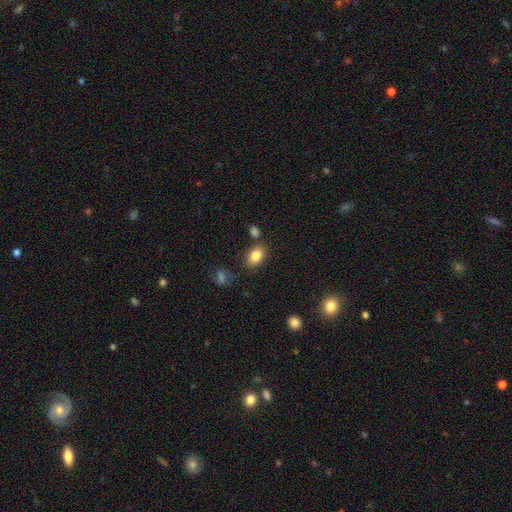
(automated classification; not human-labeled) Smooth or featured? Predicted: smooth (p=0.84). How rounded? Predicted: in between (p=0.82). Merging? Predicted: none (p=0.77).